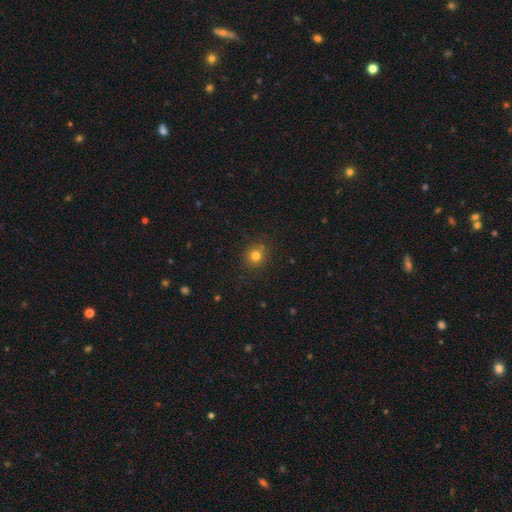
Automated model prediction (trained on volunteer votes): Smooth or featured? Predicted: smooth (p=0.77). How rounded? Predicted: round (p=0.86). Merging? Predicted: none (p=0.85).